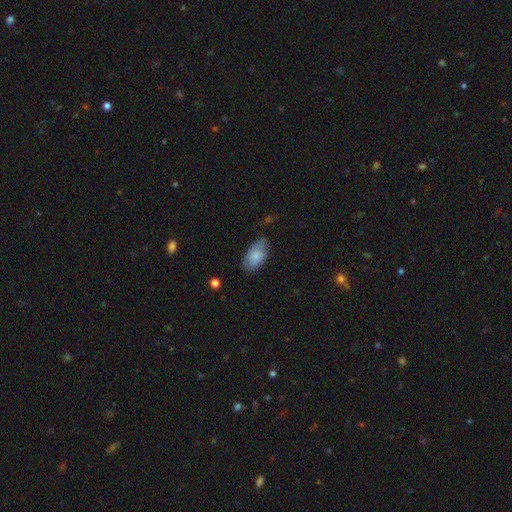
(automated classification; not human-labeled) Overall: smooth (82%). How rounded: in between (94%). Merging: none (71%).